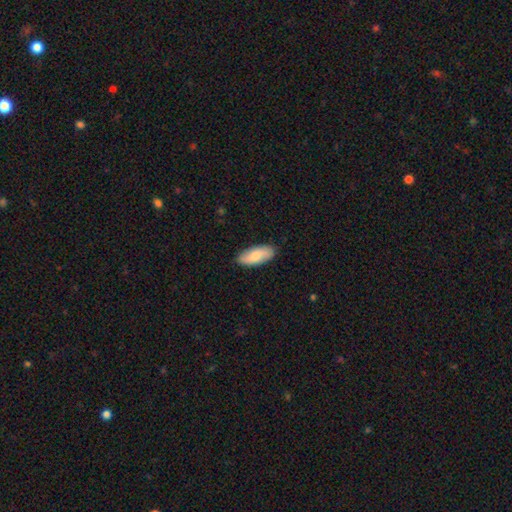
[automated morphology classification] A smooth galaxy with no disk features (78%) that is in between round and cigar-shaped (85%). Merging: none (87%).